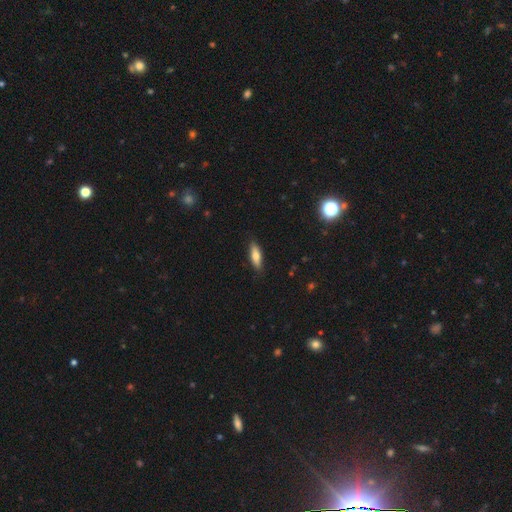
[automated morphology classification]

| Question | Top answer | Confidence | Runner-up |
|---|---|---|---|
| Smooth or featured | smooth | 70% | featured or disk (23%) |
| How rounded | cigar-shaped | 50% | in between (48%) |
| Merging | none | 86% | minor disturbance (11%) |